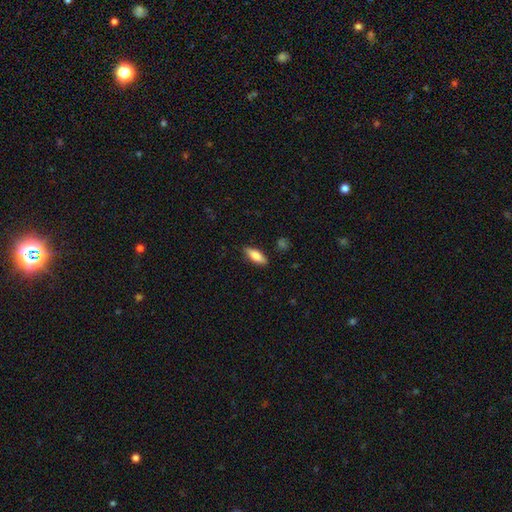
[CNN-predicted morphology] Smooth or featured: smooth — 81% (featured or disk — 13%)
How rounded: in between — 66% (cigar-shaped — 32%)
Merging: none — 84% (minor disturbance — 12%)